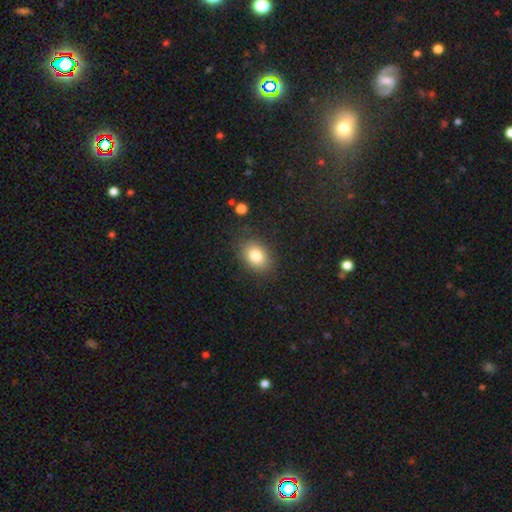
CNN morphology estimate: Smooth or featured? smooth (81%)
How rounded? in between (71%)
Merging? none (84%)